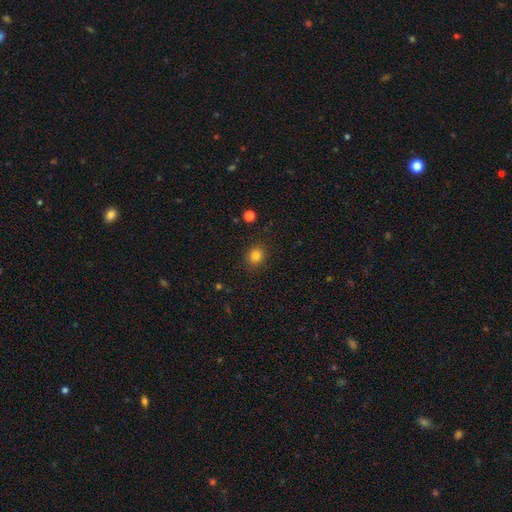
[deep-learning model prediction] A smooth galaxy with no disk features (82%) that is round (81%).

Vote fractions:
- Smooth or featured? smooth: 82% / star or artifact: 12% / featured or disk: 6%
- How rounded? round: 81% / in between: 18% / cigar-shaped: 1%
- Merging? none: 89% / minor disturbance: 7% / major disturbance: 2% / merger: 1%